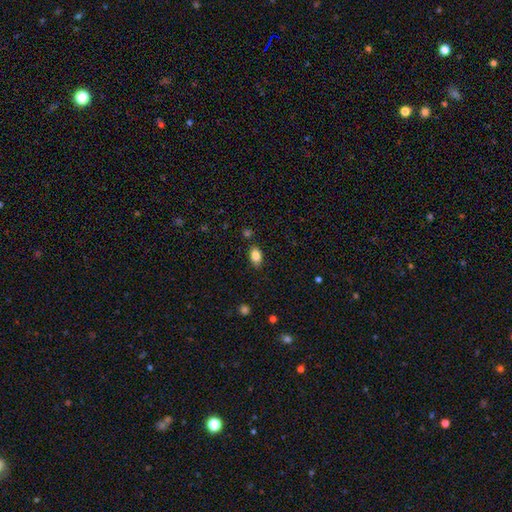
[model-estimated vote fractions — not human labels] This is clearly a smooth galaxy (85%). How rounded: clearly in between (89%). Merging: clearly none (83%).